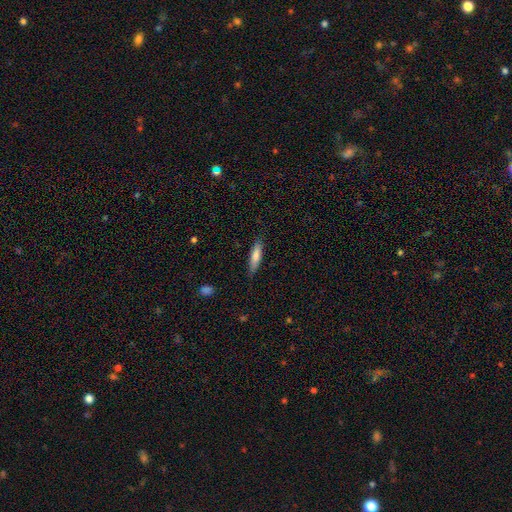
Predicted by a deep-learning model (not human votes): This is likely a smooth galaxy (76%). How rounded: likely cigar-shaped (75%). Merging: clearly none (83%).